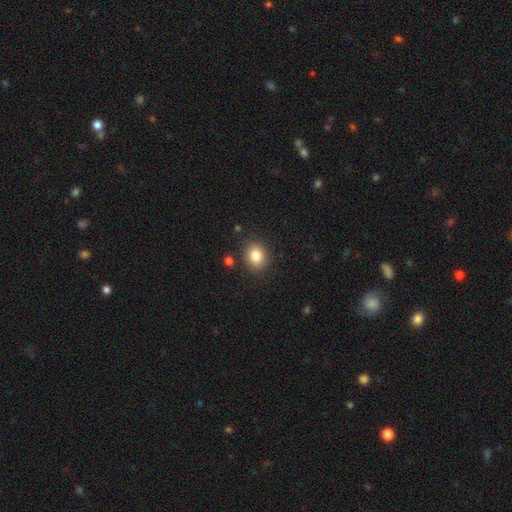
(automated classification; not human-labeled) This appears to be a smooth galaxy with no disk features (84%) that is round (57%). Merging: none (86%).